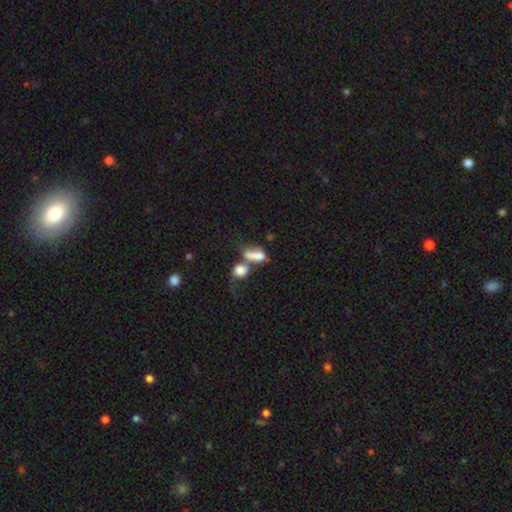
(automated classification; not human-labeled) Smooth or featured?
  - smooth: 71% *
  - featured or disk: 19%
  - star or artifact: 10%
How rounded?
  - in between: 72% *
  - round: 15%
  - cigar-shaped: 13%
Merging?
  - merger: 57% *
  - none: 18%
  - major disturbance: 15%
  - minor disturbance: 11%